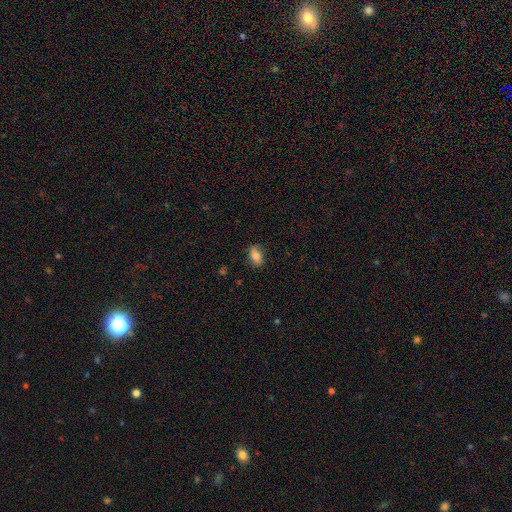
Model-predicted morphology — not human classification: Smooth or featured? Predicted: smooth (p=0.80). How rounded? Predicted: in between (p=0.87). Merging? Predicted: none (p=0.85).